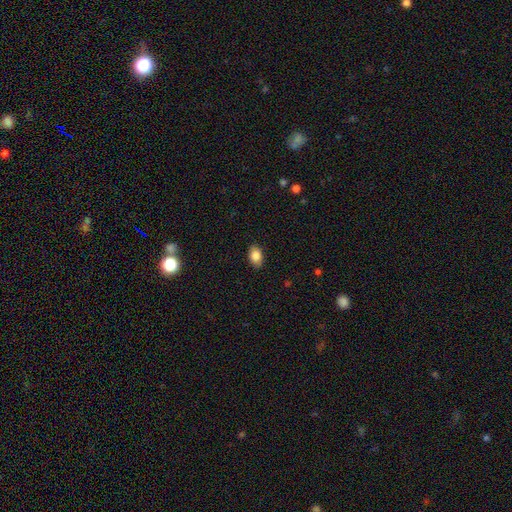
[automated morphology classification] This appears to be a smooth galaxy with no disk features (85%) that is in between round and cigar-shaped (88%). Merging: none (88%).